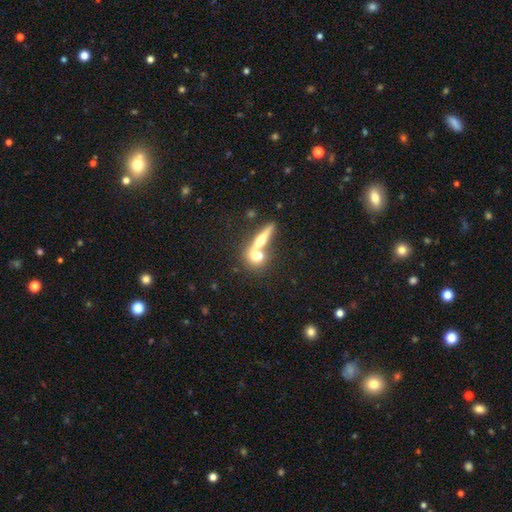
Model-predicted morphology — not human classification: This is possibly a smooth galaxy (51%). How rounded: marginally round (37%). Merging: possibly merger (50%).